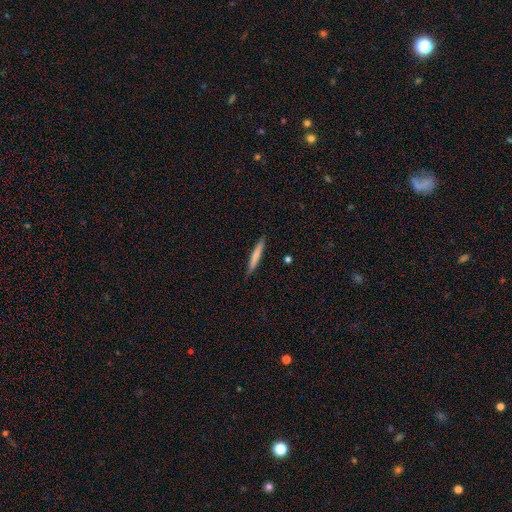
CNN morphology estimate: A smooth galaxy with no disk features (72%) that is cigar-shaped (95%). Merging: none (87%).